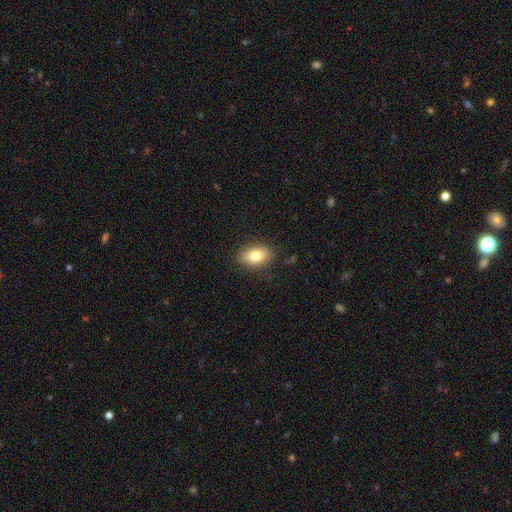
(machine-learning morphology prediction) smooth_or_featured: smooth (p=0.79) [alt: featured or disk p=0.13]
how_rounded: in between (p=0.86) [alt: round p=0.12]
merging: none (p=0.86) [alt: minor disturbance p=0.10]